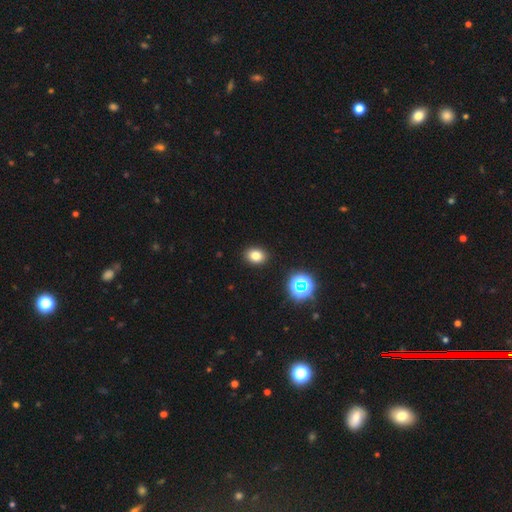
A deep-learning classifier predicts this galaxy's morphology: smooth-or-featured: smooth: 78% | star or artifact: 16% | featured or disk: 7%
  how-rounded: in between: 59% | round: 40% | cigar-shaped: 1%
  merging: none: 90% | minor disturbance: 7% | major disturbance: 2% | merger: 1%